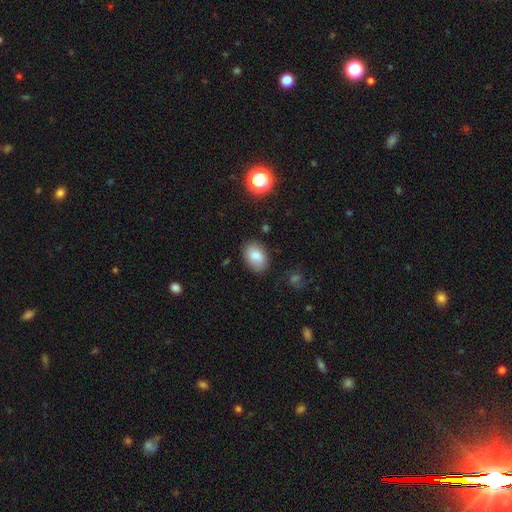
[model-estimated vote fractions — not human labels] A smooth galaxy with no disk features (80%) that is in between round and cigar-shaped (81%).

Vote fractions:
- Smooth or featured? smooth: 80% / featured or disk: 11% / star or artifact: 9%
- How rounded? in between: 81% / round: 18% / cigar-shaped: 1%
- Merging? none: 83% / minor disturbance: 12% / major disturbance: 3% / merger: 2%